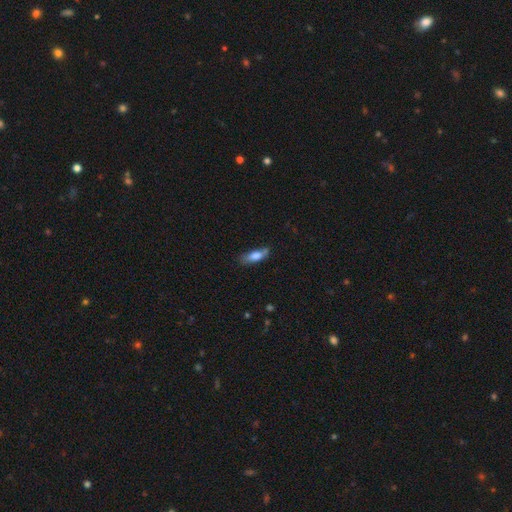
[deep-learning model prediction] This appears to be a smooth galaxy with no disk features (76%) that is in between round and cigar-shaped (63%). Merging: none (52%).